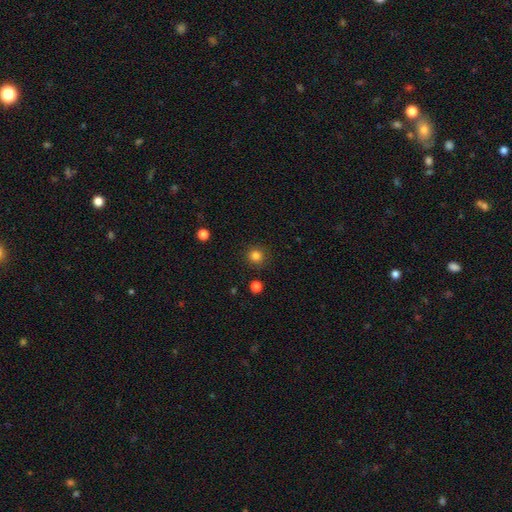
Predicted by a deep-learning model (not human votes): Smooth or featured? Predicted: smooth (p=0.83). How rounded? Predicted: round (p=0.94). Merging? Predicted: none (p=0.89).